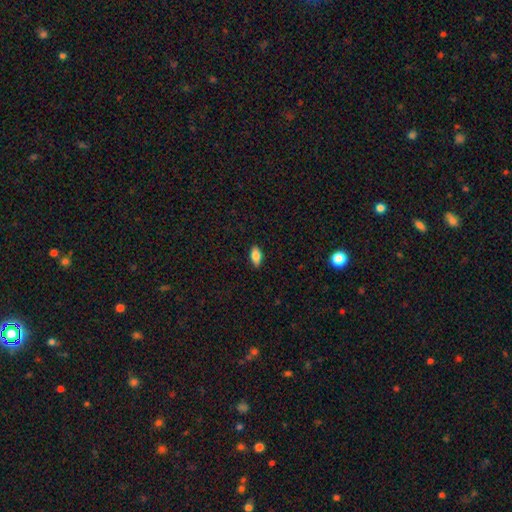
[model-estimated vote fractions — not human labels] Smooth or featured? smooth (81%)
How rounded? in between (89%)
Merging? none (88%)